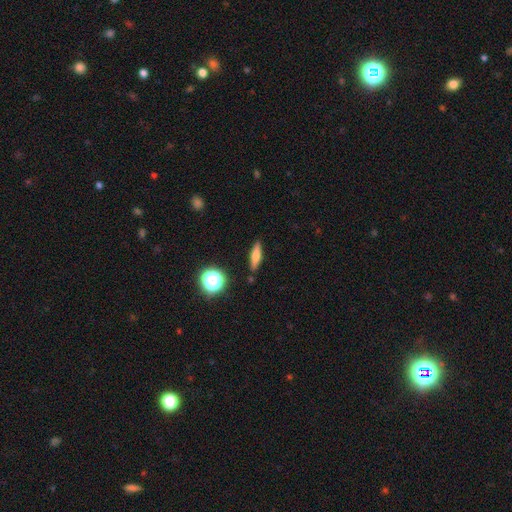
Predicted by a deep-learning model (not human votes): This appears to be a smooth galaxy with no disk features (54%) that is cigar-shaped (66%). Merging: none (86%).